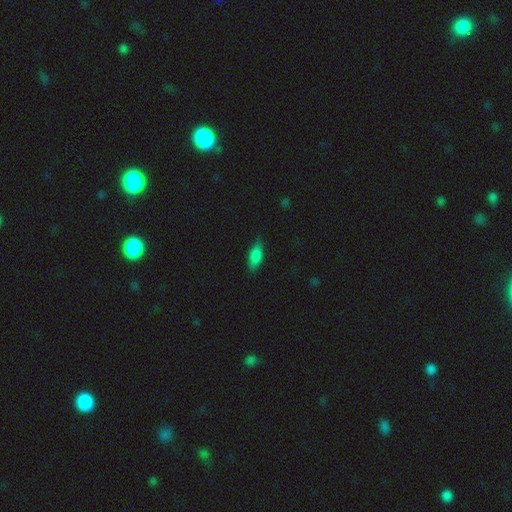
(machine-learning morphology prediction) Smooth or featured? smooth (82%)
How rounded? in between (77%)
Merging? none (81%)